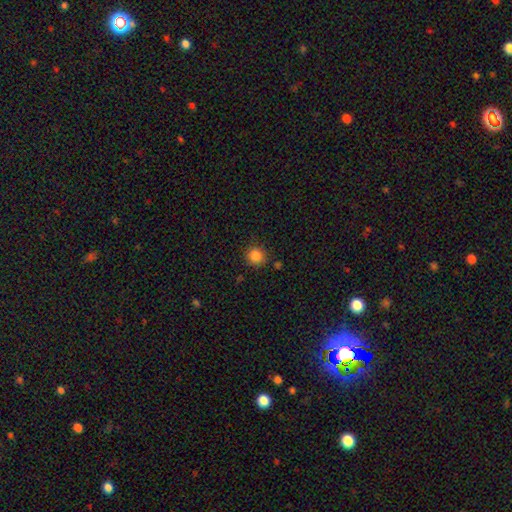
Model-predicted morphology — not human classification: This appears to be a smooth galaxy with no disk features (85%) that is round (92%). Merging: none (85%).